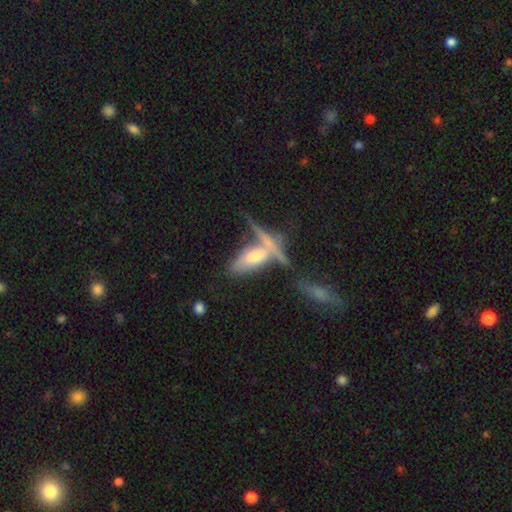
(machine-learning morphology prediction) smooth 52%, featured or disk 37%, star or artifact 11%. Down the decision tree: how rounded — in between (63%); merging — merger (42%).